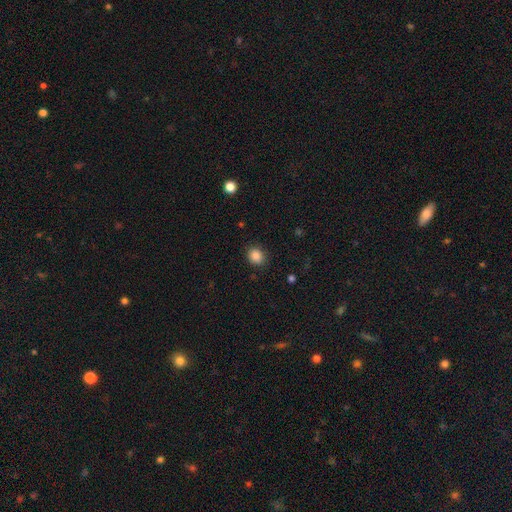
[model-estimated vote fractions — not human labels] This is clearly a smooth galaxy (86%). How rounded: likely round (71%). Merging: clearly none (88%).